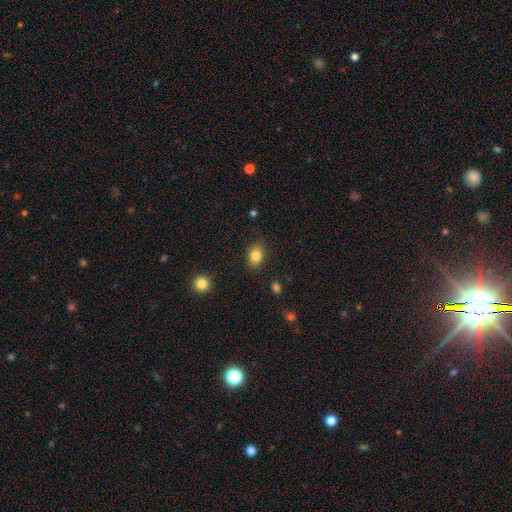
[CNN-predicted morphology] This appears to be a smooth galaxy with no disk features (83%) that is in between round and cigar-shaped (72%). Merging: none (85%).